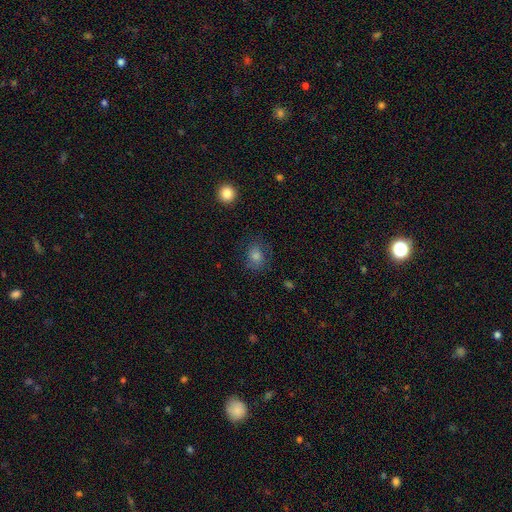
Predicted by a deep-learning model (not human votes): smooth 69%, star or artifact 16%, featured or disk 15%. Down the decision tree: how rounded — round (62%); merging — none (77%).